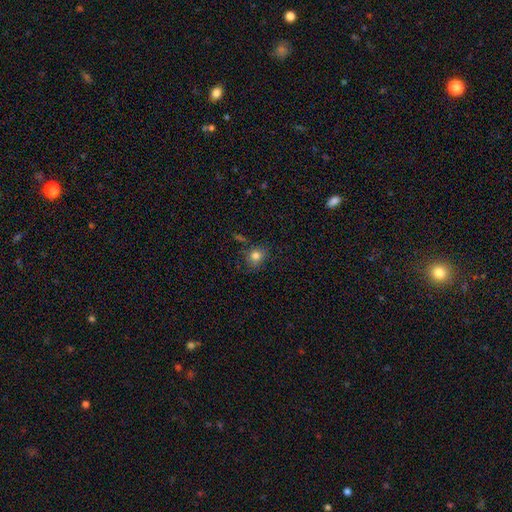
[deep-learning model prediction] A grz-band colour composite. It shows a smooth galaxy with no disk features (79%) that is round (68%). Merging: none (72%).